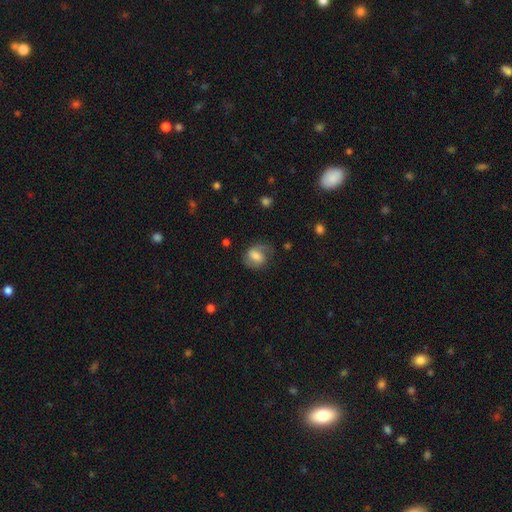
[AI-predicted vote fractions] featured or disk 51%, smooth 41%, star or artifact 8%. Down the decision tree: edge-on disk — no (97%); merging — none (60%).